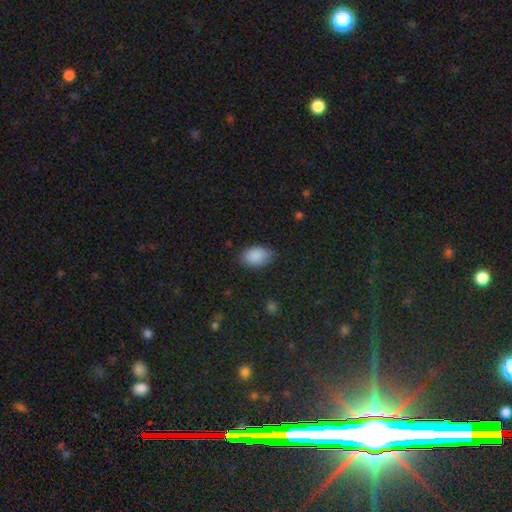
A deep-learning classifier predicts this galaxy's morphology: The model was most divided on "merging": none: 77%, minor disturbance: 18%, major disturbance: 4%, merger: 1%. More confident: how rounded — in between (90%); smooth or featured — smooth (88%).